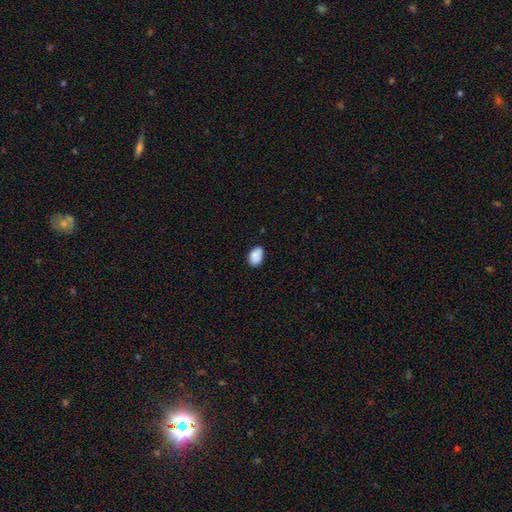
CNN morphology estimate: smooth 86%, star or artifact 8%, featured or disk 6%. Down the decision tree: how rounded — in between (82%); merging — none (73%).